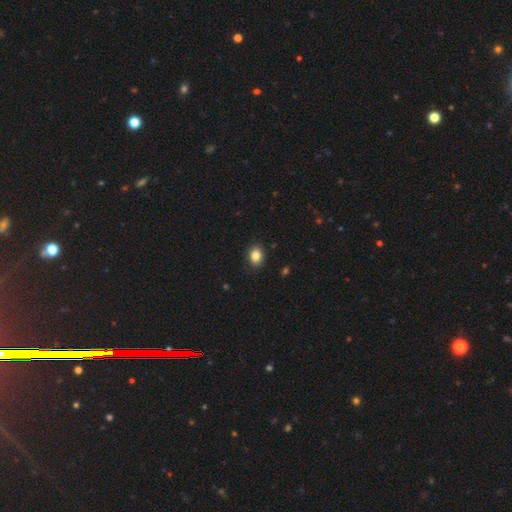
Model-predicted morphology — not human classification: A smooth galaxy with no disk features (85%) that is in between round and cigar-shaped (59%).

Vote fractions:
- Smooth or featured? smooth: 85% / star or artifact: 10% / featured or disk: 6%
- How rounded? in between: 59% / round: 40% / cigar-shaped: 1%
- Merging? none: 88% / minor disturbance: 9% / major disturbance: 2% / merger: 1%